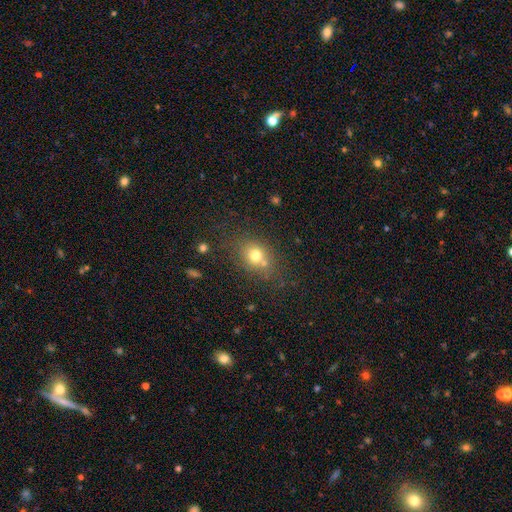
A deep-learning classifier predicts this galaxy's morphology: smooth 72%, star or artifact 15%, featured or disk 13%. Down the decision tree: how rounded — round (63%); merging — none (60%).